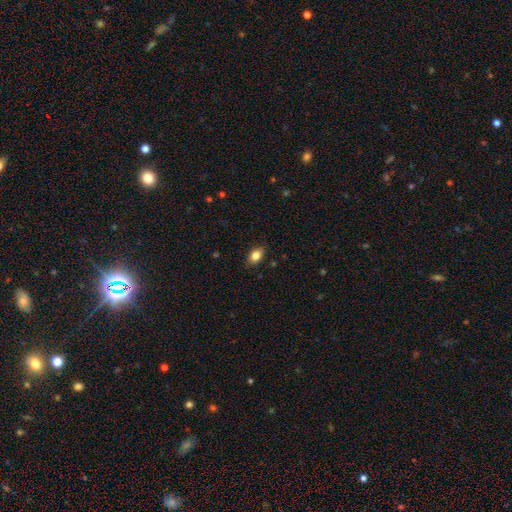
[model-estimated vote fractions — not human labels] This appears to be a smooth galaxy with no disk features (84%) that is in between round and cigar-shaped (83%). Merging: none (86%).